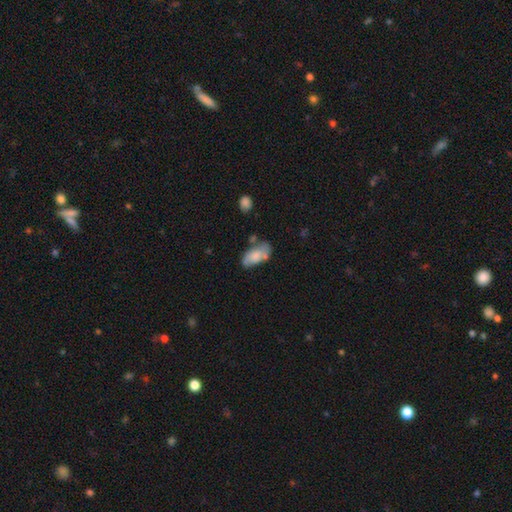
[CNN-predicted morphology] Smooth or featured?
  - smooth: 60% *
  - featured or disk: 33%
  - star or artifact: 7%
How rounded?
  - in between: 92% *
  - cigar-shaped: 5%
  - round: 4%
Merging?
  - none: 47% *
  - minor disturbance: 28%
  - merger: 13%
  - major disturbance: 11%